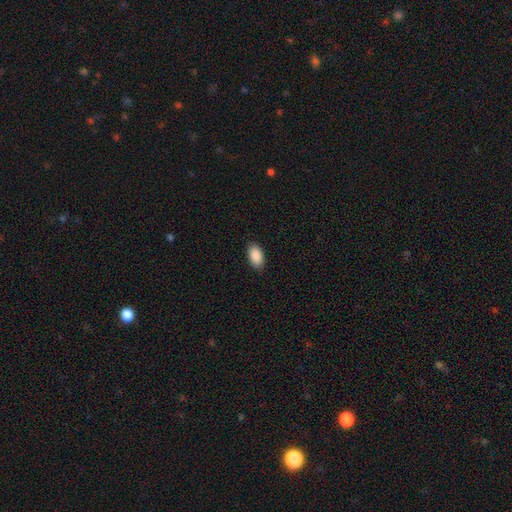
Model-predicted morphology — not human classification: A smooth galaxy with no disk features (90%) that is in between round and cigar-shaped (95%).

Vote fractions:
- Smooth or featured? smooth: 90% / star or artifact: 6% / featured or disk: 4%
- How rounded? in between: 95% / round: 3% / cigar-shaped: 2%
- Merging? none: 88% / minor disturbance: 9% / major disturbance: 2% / merger: 1%